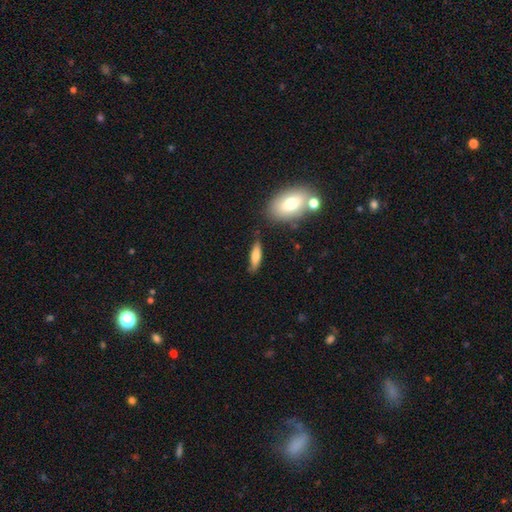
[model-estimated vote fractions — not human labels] smooth_or_featured: smooth (p=0.74) [alt: featured or disk p=0.19]
how_rounded: cigar-shaped (p=0.58) [alt: in between p=0.40]
merging: none (p=0.76) [alt: minor disturbance p=0.16]